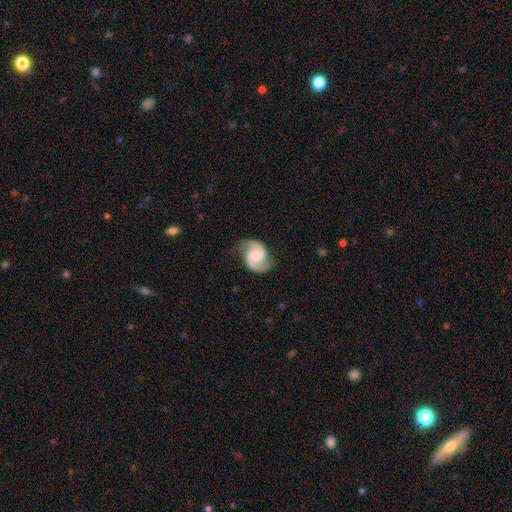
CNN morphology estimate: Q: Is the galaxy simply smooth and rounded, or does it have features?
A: featured or disk — 86%.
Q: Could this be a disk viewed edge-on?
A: no — 98%.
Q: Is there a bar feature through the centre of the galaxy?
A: no — 49%.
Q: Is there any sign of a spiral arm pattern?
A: yes — 98%.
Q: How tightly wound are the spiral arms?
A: medium — 53%.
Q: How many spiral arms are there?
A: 2 — 94%.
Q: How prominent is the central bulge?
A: none — 44%.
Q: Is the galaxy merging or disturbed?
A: none — 76%.